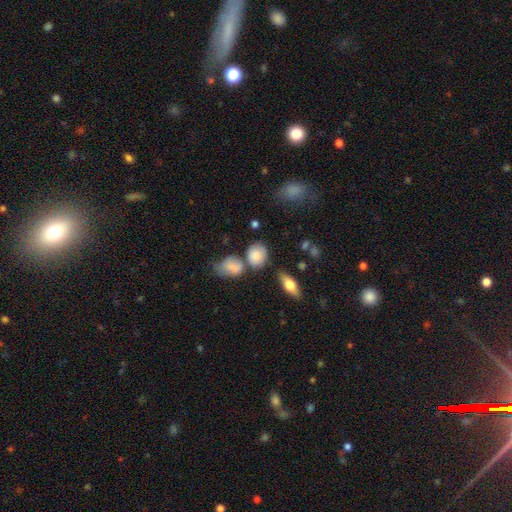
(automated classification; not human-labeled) Smooth or featured: smooth — 83% (featured or disk — 9%)
How rounded: round — 50% (in between — 48%)
Merging: none — 59% (minor disturbance — 19%)